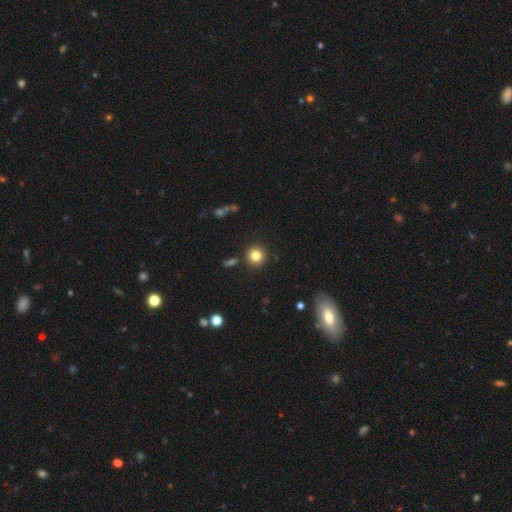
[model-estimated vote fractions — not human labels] A smooth galaxy with no disk features (81%) that is round (93%). Merging: none (89%).